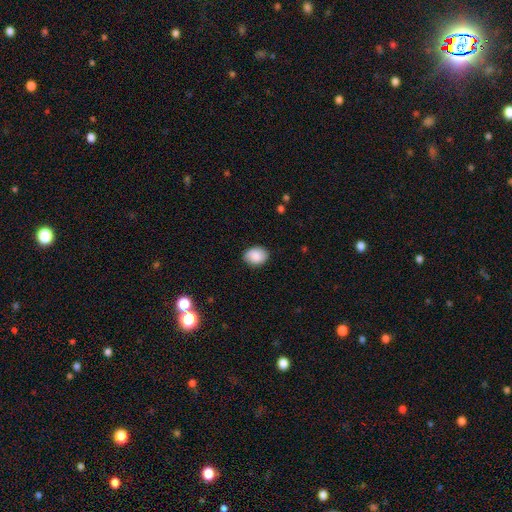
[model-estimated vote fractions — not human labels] smooth 87%, star or artifact 7%, featured or disk 6%. Down the decision tree: how rounded — in between (65%); merging — none (86%).